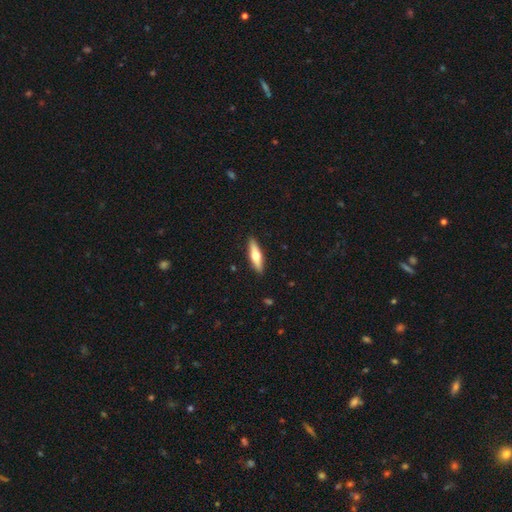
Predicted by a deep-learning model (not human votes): Smooth or featured? smooth (50%)
Merging? none (90%)